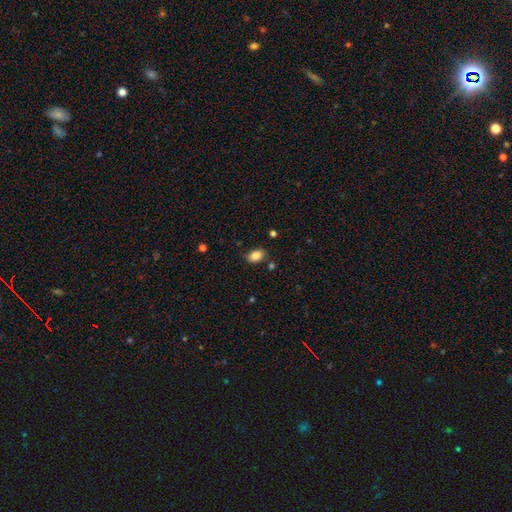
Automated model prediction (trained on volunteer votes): Smooth or featured? Predicted: smooth (p=0.86). How rounded? Predicted: in between (p=0.85). Merging? Predicted: none (p=0.78).